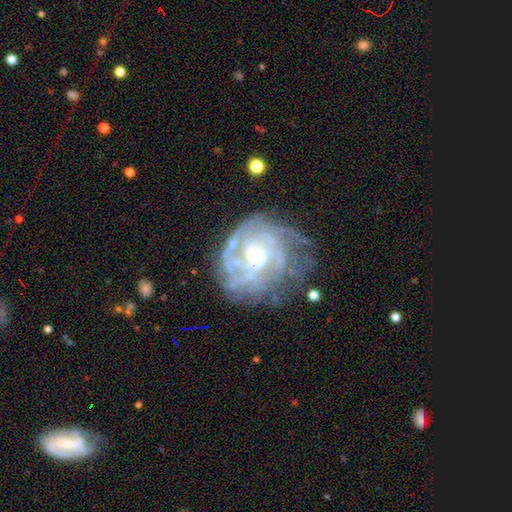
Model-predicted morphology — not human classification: Q: Smooth or featured?
A: featured or disk (87%); runner-up: smooth (7%)
Q: Edge-on disk?
A: no (98%); runner-up: yes (2%)
Q: Bar?
A: no (67%); runner-up: weak (26%)
Q: Spiral arms?
A: yes (93%); runner-up: no (7%)
Q: Spiral winding?
A: tight (67%); runner-up: medium (27%)
Q: Spiral arm count?
A: can't tell (38%); runner-up: 4 (17%)
Q: Bulge size?
A: small (60%); runner-up: moderate (35%)
Q: Merging?
A: none (63%); runner-up: minor disturbance (22%)